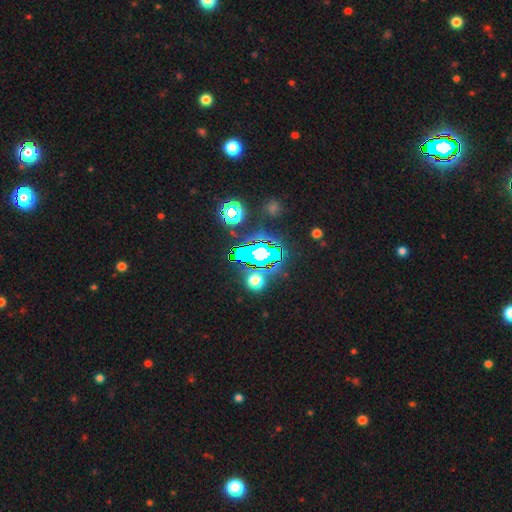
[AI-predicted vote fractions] A star or artifact, not a galaxy (73%).

Vote fractions:
- Smooth or featured? star or artifact: 73% / smooth: 16% / featured or disk: 11%